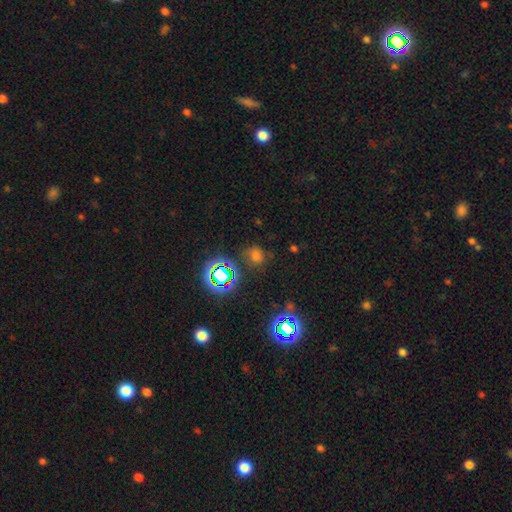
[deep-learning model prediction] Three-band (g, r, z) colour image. It shows a smooth galaxy with no disk features (51%) that is round (81%). Merging: none (75%).